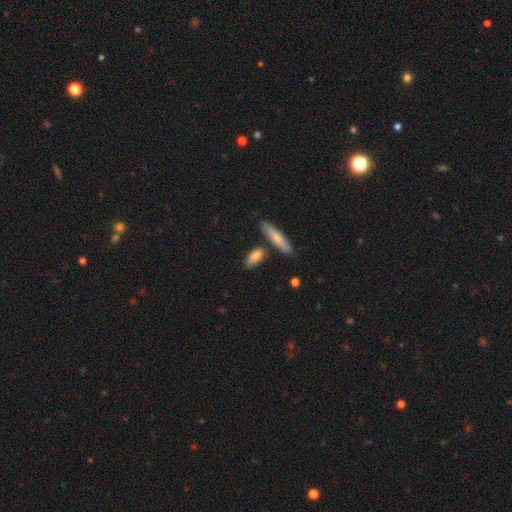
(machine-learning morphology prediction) smooth_or_featured: smooth (p=0.80) [alt: featured or disk p=0.14]
how_rounded: in between (p=0.69) [alt: cigar-shaped p=0.27]
merging: none (p=0.70) [alt: minor disturbance p=0.15]